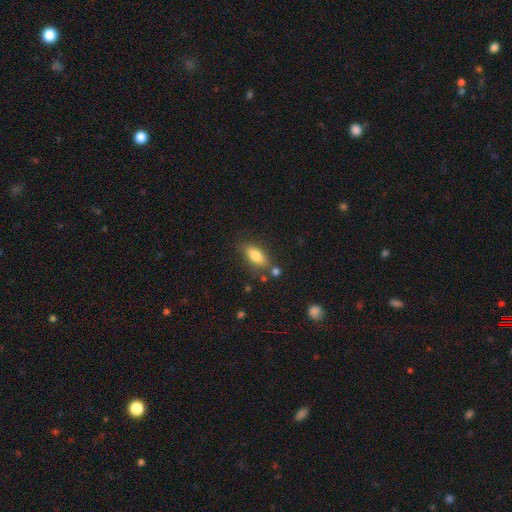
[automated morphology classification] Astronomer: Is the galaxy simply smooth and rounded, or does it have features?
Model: smooth — 79%.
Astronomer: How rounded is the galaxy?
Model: in between — 77%.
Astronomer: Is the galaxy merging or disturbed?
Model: none — 73%.